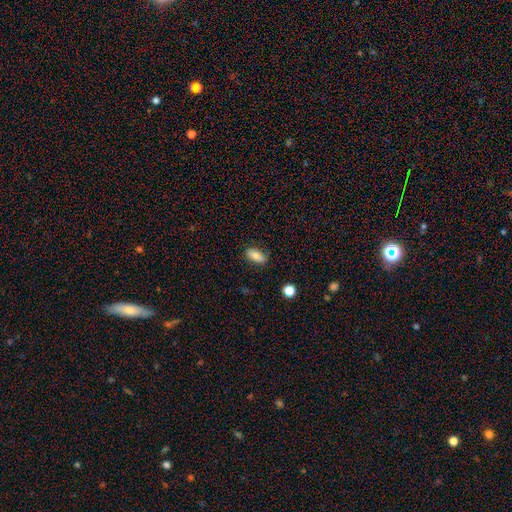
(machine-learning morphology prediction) This is clearly a smooth galaxy (82%). How rounded: clearly in between (83%). Merging: clearly none (82%).